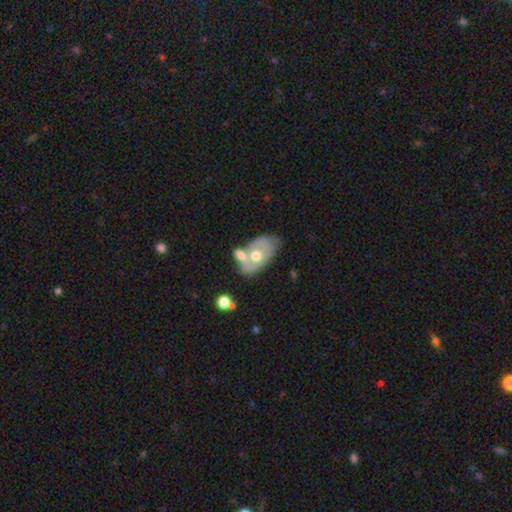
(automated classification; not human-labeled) Smooth or featured? Predicted: featured or disk (p=0.51). Edge-on disk? Predicted: no (p=0.90). Merging? Predicted: none (p=0.40).